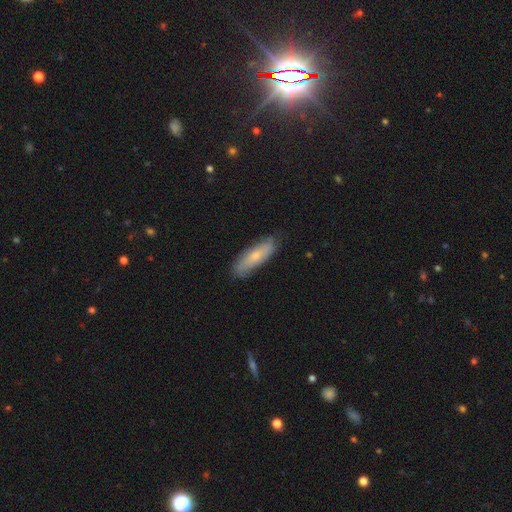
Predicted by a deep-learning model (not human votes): This is possibly a smooth galaxy (56%). How rounded: possibly in between (50%). Merging: likely none (79%).